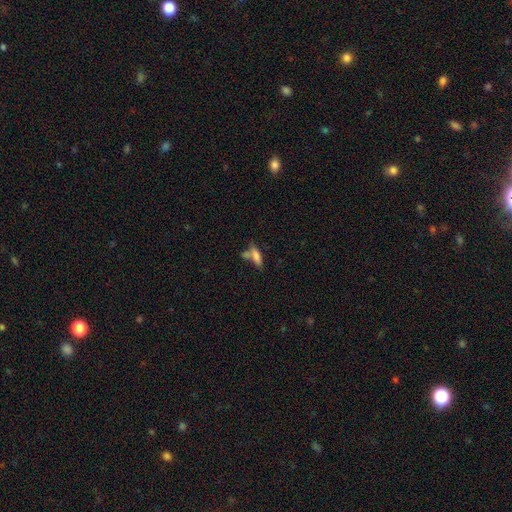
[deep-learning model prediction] This appears to be a smooth galaxy with no disk features (72%) that is in between round and cigar-shaped (51%). Merging: none (43%).